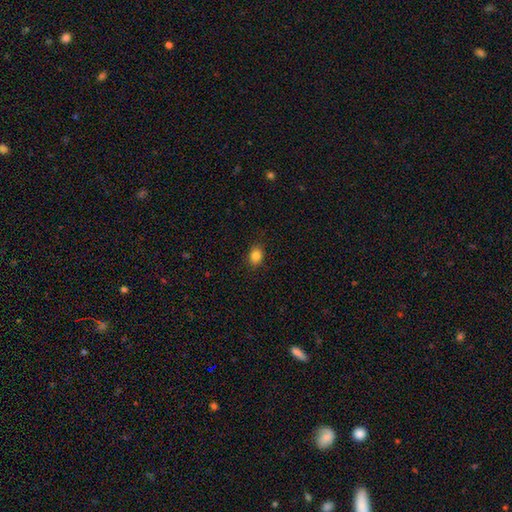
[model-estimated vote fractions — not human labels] Smooth or featured: smooth — 85% (star or artifact — 10%)
How rounded: in between — 62% (round — 37%)
Merging: none — 88% (minor disturbance — 9%)